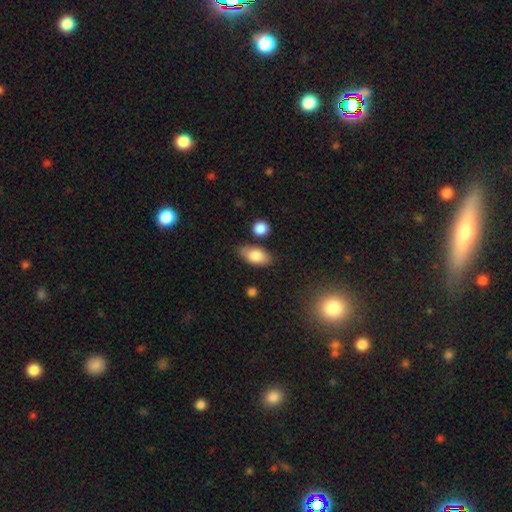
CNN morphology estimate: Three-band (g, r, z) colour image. It shows a smooth galaxy with no disk features (82%) that is in between round and cigar-shaped (90%). Merging: none (75%).